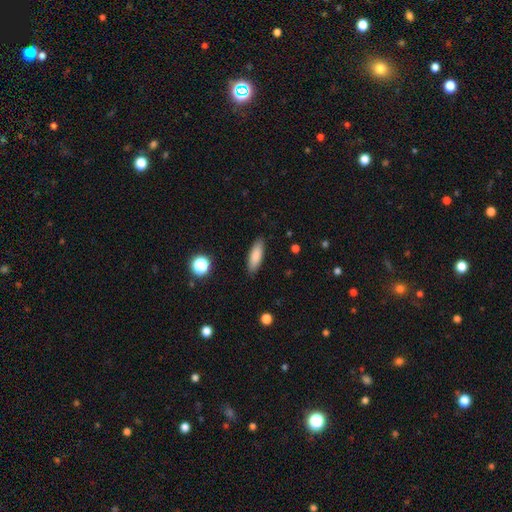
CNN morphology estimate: Smooth or featured? Predicted: smooth (p=0.84). How rounded? Predicted: in between (p=0.53). Merging? Predicted: none (p=0.88).